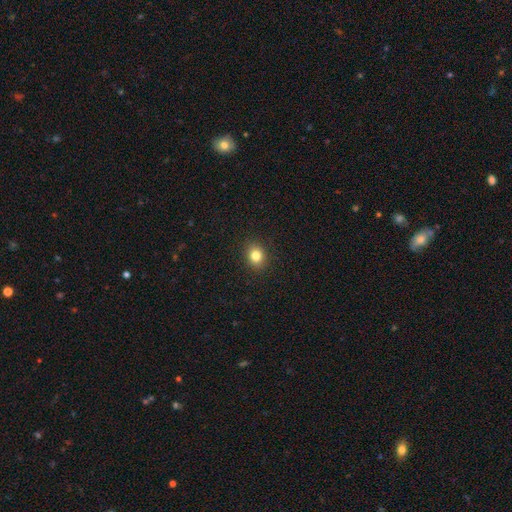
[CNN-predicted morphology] type=smooth (82%); roundness=round (62%); merging=none (91%).